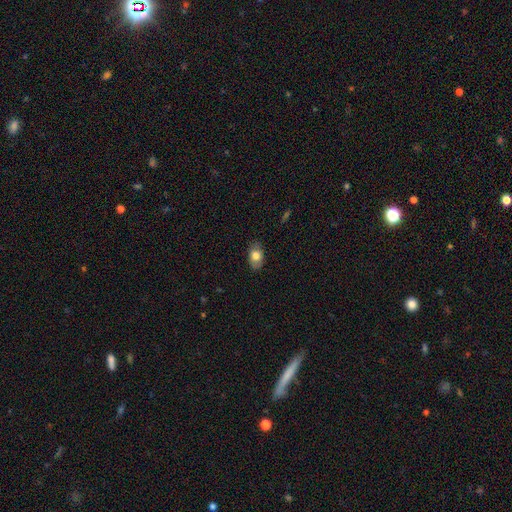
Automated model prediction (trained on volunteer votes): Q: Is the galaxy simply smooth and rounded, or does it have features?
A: smooth — 76%.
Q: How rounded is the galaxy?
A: in between — 88%.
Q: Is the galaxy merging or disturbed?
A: none — 83%.